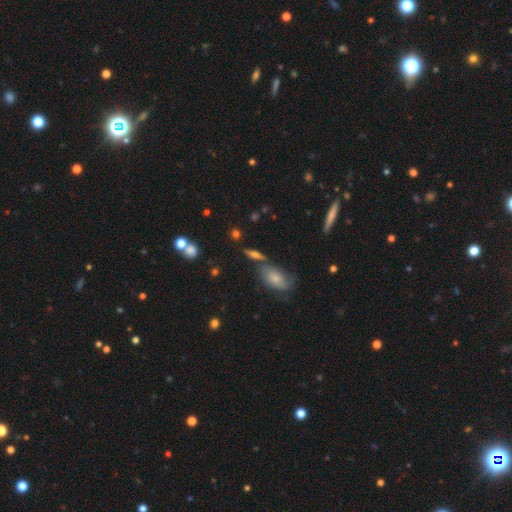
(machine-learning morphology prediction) type=smooth (48%); merging=none (58%).